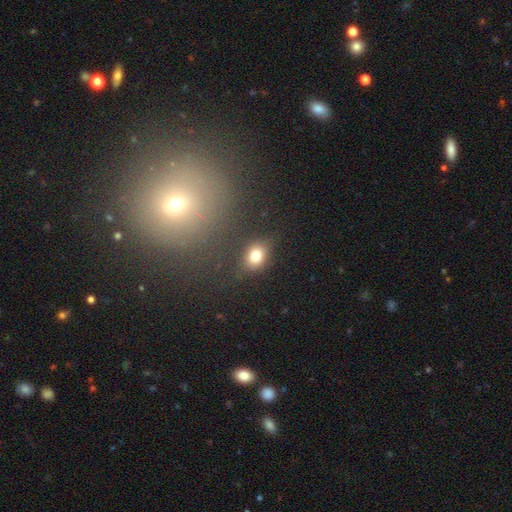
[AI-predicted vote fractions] This is likely a smooth galaxy (79%). How rounded: likely in between (61%). Merging: likely none (76%).